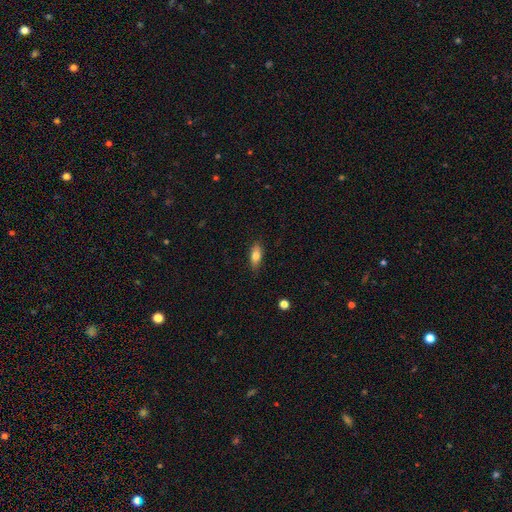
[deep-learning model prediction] The model was most divided on "how rounded": in between: 77%, cigar-shaped: 20%, round: 3%. More confident: merging — none (84%); smooth or featured — smooth (77%).